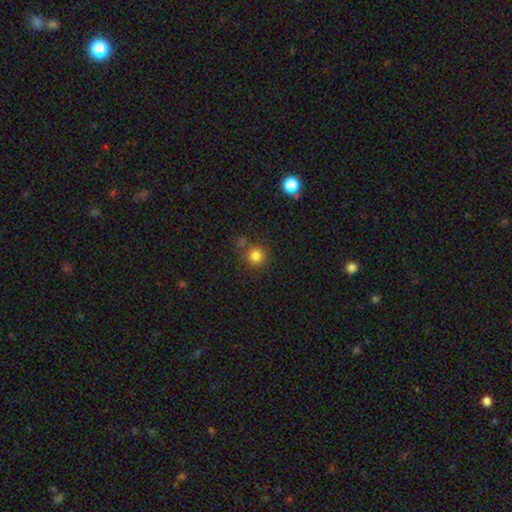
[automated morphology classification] The model was most divided on "merging": none: 77%, minor disturbance: 10%, merger: 9%, major disturbance: 4%. More confident: how rounded — round (94%); smooth or featured — smooth (82%).